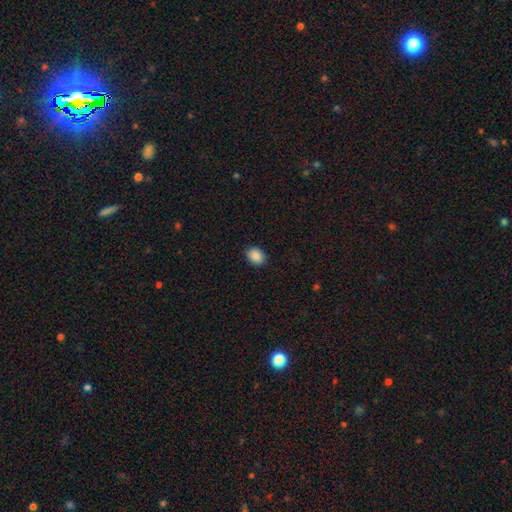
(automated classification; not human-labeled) smooth 89%, star or artifact 8%, featured or disk 3%. Down the decision tree: how rounded — in between (68%); merging — none (89%).